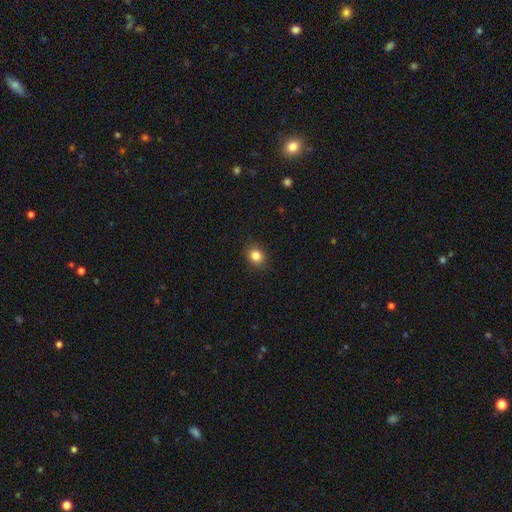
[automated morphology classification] This is clearly a smooth galaxy (84%). How rounded: likely round (68%). Merging: clearly none (90%).